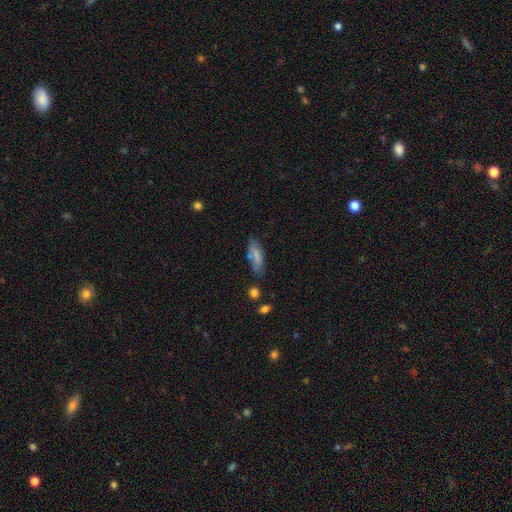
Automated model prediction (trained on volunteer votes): smooth-or-featured: smooth: 71% | featured or disk: 21% | star or artifact: 8%
  how-rounded: in between: 72% | cigar-shaped: 26% | round: 2%
  merging: none: 61% | minor disturbance: 26% | major disturbance: 7% | merger: 5%